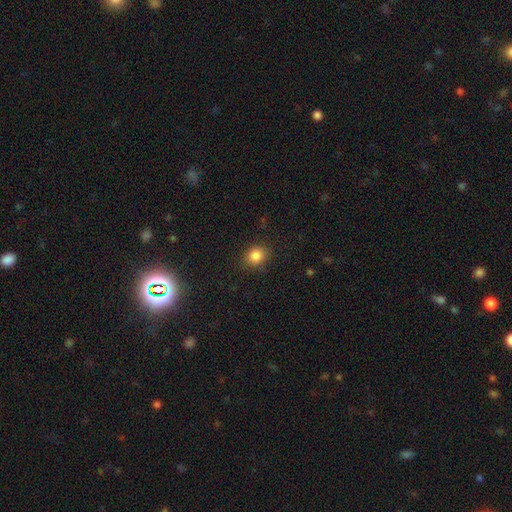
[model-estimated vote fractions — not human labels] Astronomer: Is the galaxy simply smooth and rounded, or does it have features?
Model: smooth — 85%.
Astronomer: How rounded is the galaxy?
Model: round — 68%.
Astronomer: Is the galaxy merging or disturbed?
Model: none — 85%.